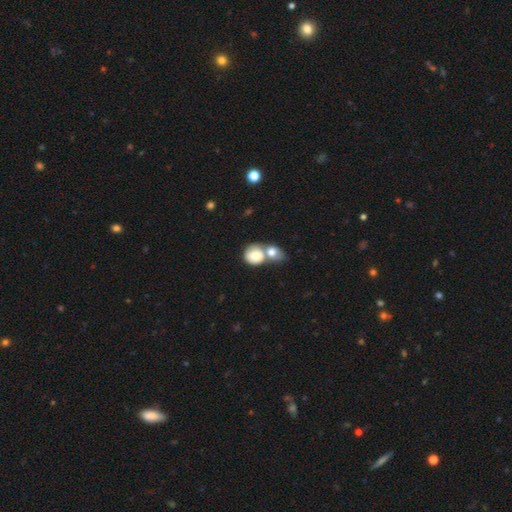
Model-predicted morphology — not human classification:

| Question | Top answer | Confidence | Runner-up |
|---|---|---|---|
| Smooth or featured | smooth | 76% | featured or disk (17%) |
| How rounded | round | 69% | in between (30%) |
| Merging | merger | 69% | none (21%) |